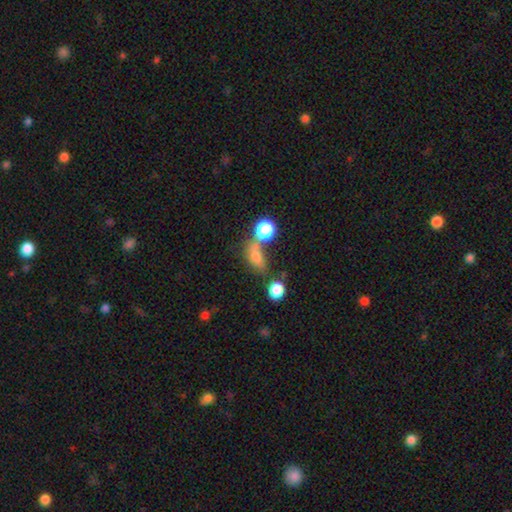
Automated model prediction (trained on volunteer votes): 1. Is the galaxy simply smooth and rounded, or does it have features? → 70% smooth, 16% star or artifact, 15% featured or disk.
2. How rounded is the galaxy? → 65% in between, 22% round, 13% cigar-shaped.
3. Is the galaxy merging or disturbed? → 43% none, 31% merger, 15% minor disturbance, 11% major disturbance.